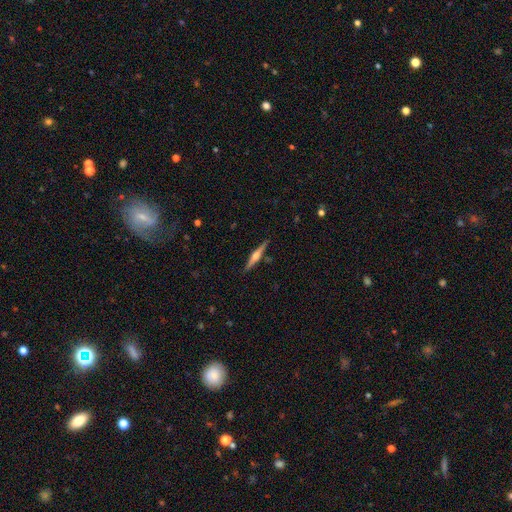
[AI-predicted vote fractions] featured or disk 74%, smooth 20%, star or artifact 6%. Down the decision tree: edge-on disk — yes (98%); edge-on bulge — rounded (89%); merging — none (89%).